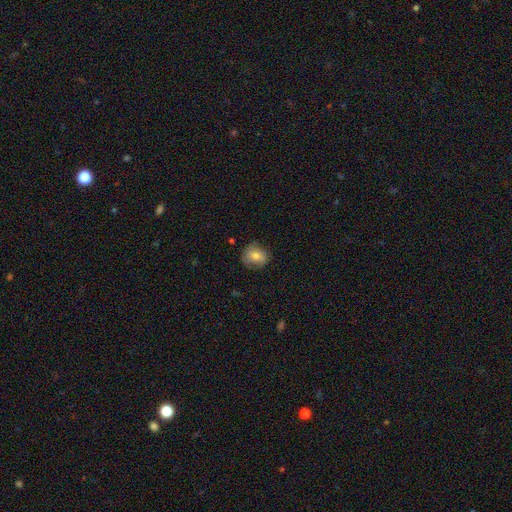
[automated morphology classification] This appears to be a smooth galaxy with no disk features (73%) that is round (68%). Merging: none (72%).